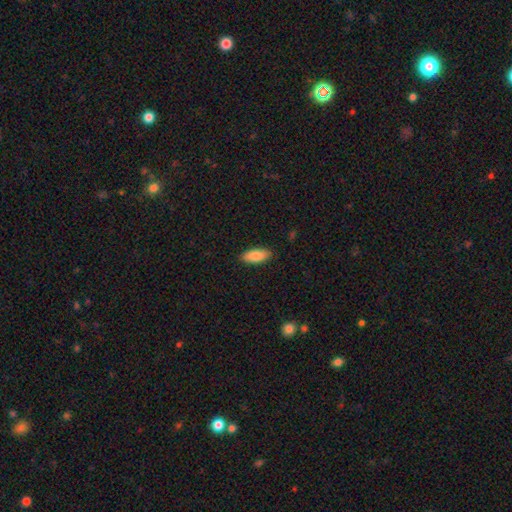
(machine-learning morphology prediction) This appears to be a smooth galaxy with no disk features (86%) that is in between round and cigar-shaped (82%). Merging: none (89%).